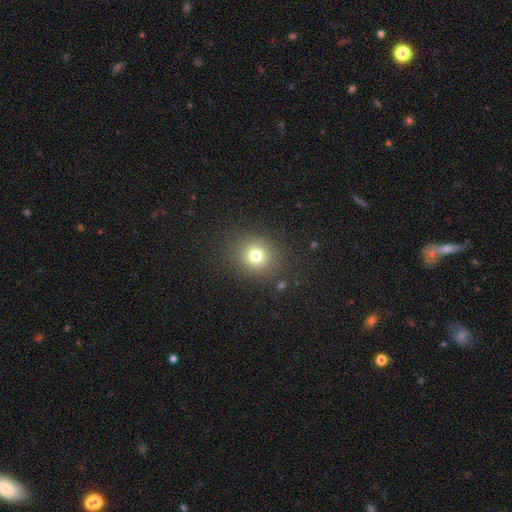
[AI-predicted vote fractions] This appears to be a smooth galaxy with no disk features (76%) that is round (80%). Merging: none (87%).